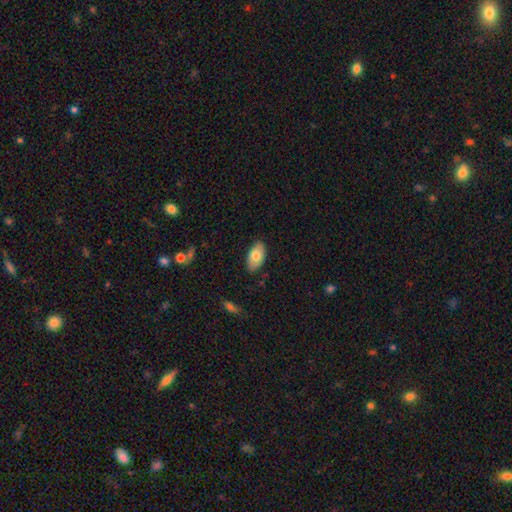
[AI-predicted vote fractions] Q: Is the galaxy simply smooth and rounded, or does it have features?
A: smooth — 77%.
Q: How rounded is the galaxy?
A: in between — 95%.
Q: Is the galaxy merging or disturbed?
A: none — 84%.